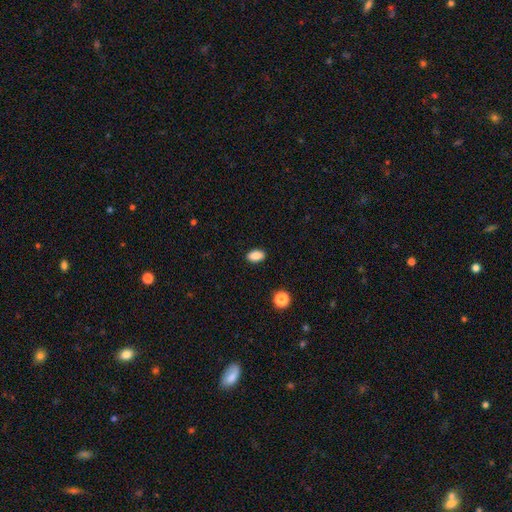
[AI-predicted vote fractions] A smooth galaxy with no disk features (87%) that is in between round and cigar-shaped (88%).

Vote fractions:
- Smooth or featured? smooth: 87% / star or artifact: 9% / featured or disk: 4%
- How rounded? in between: 88% / round: 10% / cigar-shaped: 2%
- Merging? none: 89% / minor disturbance: 7% / major disturbance: 2% / merger: 1%